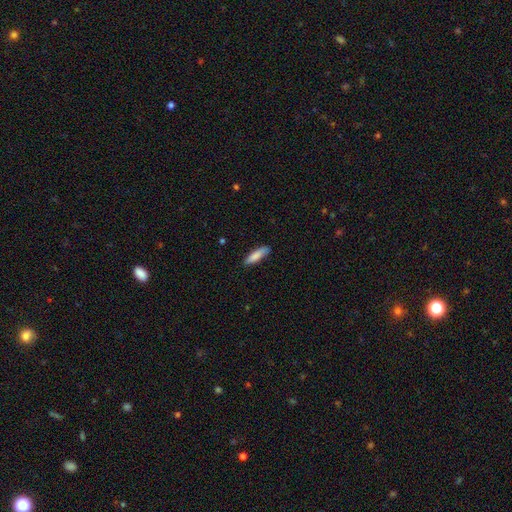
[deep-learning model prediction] Morphology: type=smooth (84%); roundness=cigar-shaped (72%); merging=none (83%).